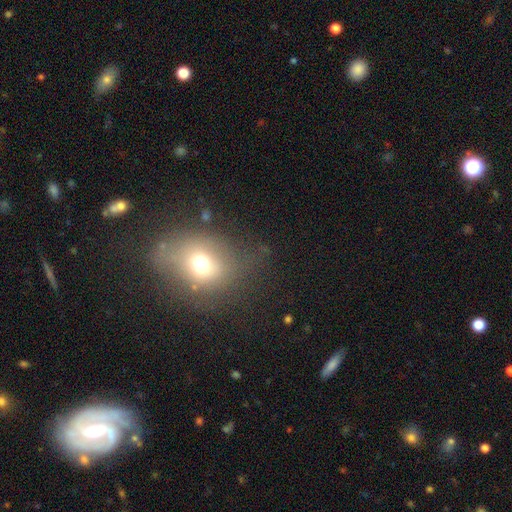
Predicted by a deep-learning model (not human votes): Overall: smooth (58%; featured or disk 23%). How rounded: in between (49%, tied with round). Merging: none (60%; minor disturbance 24%).